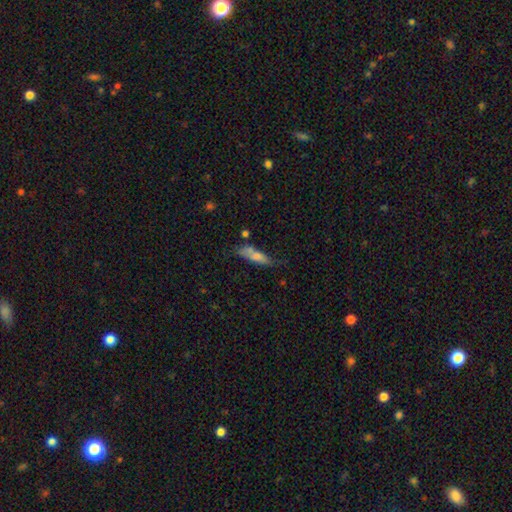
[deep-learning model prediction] Smooth or featured?
  - smooth: 71% *
  - featured or disk: 21%
  - star or artifact: 8%
How rounded?
  - cigar-shaped: 52% *
  - in between: 45%
  - round: 2%
Merging?
  - none: 46% *
  - minor disturbance: 28%
  - merger: 14%
  - major disturbance: 12%